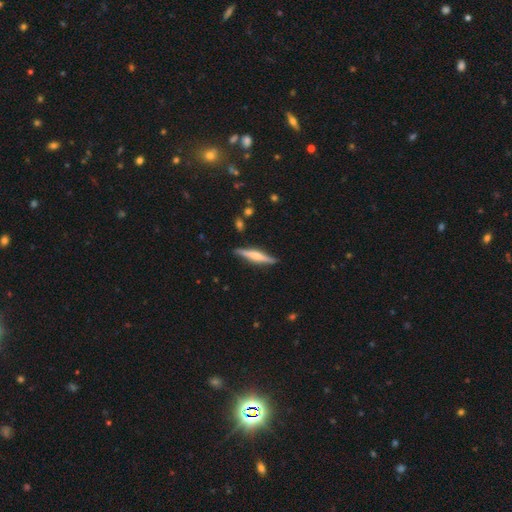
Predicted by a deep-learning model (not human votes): smooth-or-featured: featured or disk: 60% | smooth: 35% | star or artifact: 6%
  disk-edge-on: yes: 97% | no: 3%
    edge-on-bulge: rounded: 69% | boxy: 18% | none: 13%
  merging: none: 88% | minor disturbance: 9% | major disturbance: 2% | merger: 2%